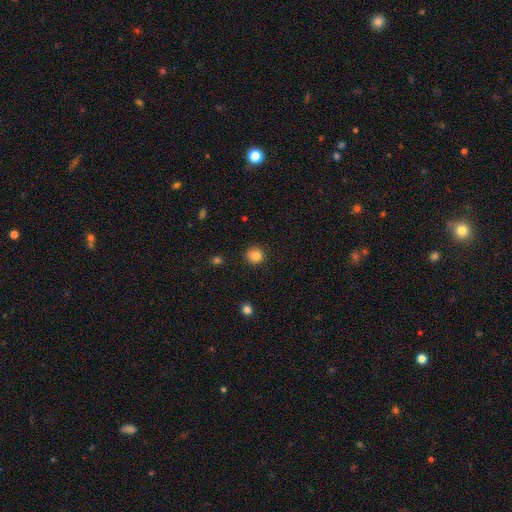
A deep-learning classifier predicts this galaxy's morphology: type=smooth (83%); roundness=round (91%); merging=none (86%).